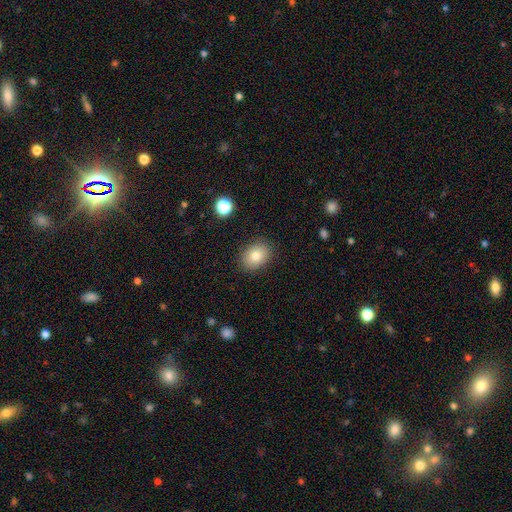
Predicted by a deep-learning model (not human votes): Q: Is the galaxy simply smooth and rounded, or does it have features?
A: smooth — 81%.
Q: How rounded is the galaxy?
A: in between — 66%.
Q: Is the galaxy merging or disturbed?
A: none — 87%.